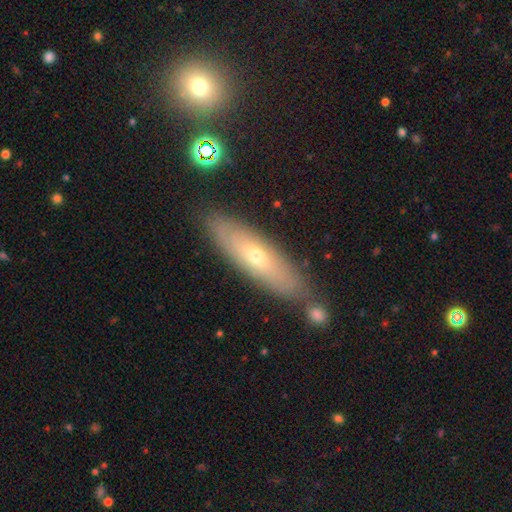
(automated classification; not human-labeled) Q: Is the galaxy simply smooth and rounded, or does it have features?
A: featured or disk — 48%.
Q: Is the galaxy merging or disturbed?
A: none — 82%.